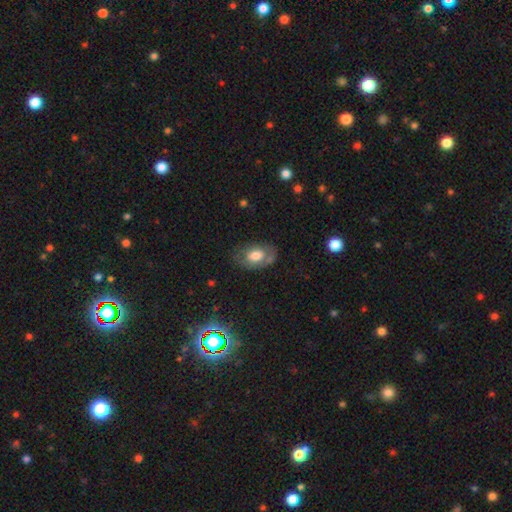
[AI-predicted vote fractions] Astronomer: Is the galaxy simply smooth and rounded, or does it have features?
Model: smooth — 56% (runner-up: featured or disk, 36%).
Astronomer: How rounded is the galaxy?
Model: in between — 86%.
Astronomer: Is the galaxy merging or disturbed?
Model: none — 65%.